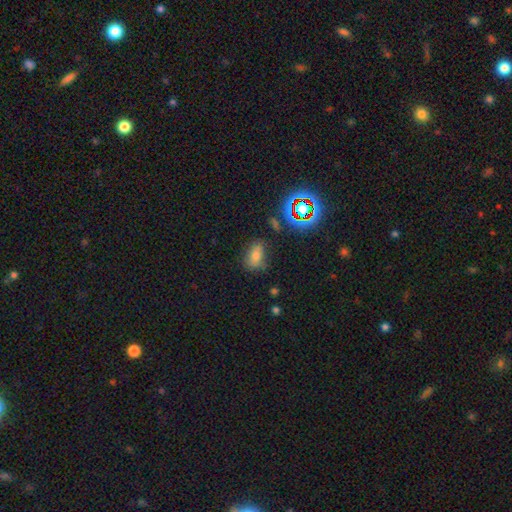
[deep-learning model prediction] Q: Smooth or featured?
A: smooth (66%); runner-up: star or artifact (22%)
Q: How rounded?
A: in between (83%); runner-up: round (14%)
Q: Merging?
A: none (70%); runner-up: minor disturbance (20%)